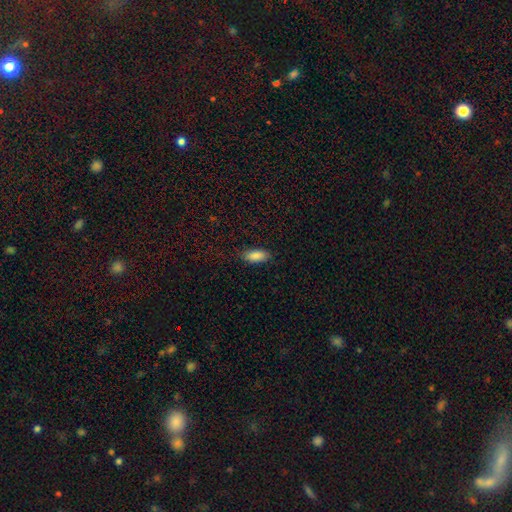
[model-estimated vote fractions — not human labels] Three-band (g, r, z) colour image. It shows a smooth galaxy with no disk features (88%) that is in between round and cigar-shaped (82%). Merging: none (84%).